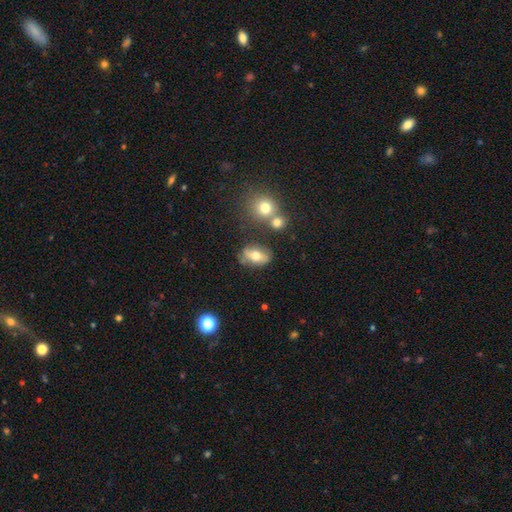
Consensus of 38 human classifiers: This is possibly a featured or disk galaxy (53%). It is clearly not viewed edge-on (85%). Bar: clearly no (82%). Spiral arm pattern: likely no (71%). Central bulge: likely moderate (76%). Merging: possibly none (59%).